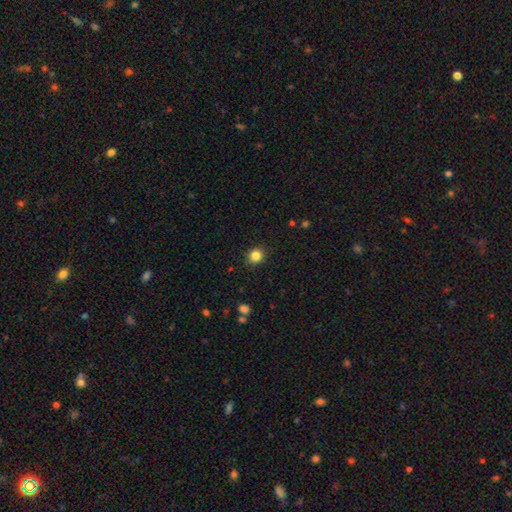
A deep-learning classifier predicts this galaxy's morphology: Q: Smooth or featured?
A: smooth (84%); runner-up: star or artifact (11%)
Q: How rounded?
A: round (82%); runner-up: in between (17%)
Q: Merging?
A: none (89%); runner-up: minor disturbance (8%)